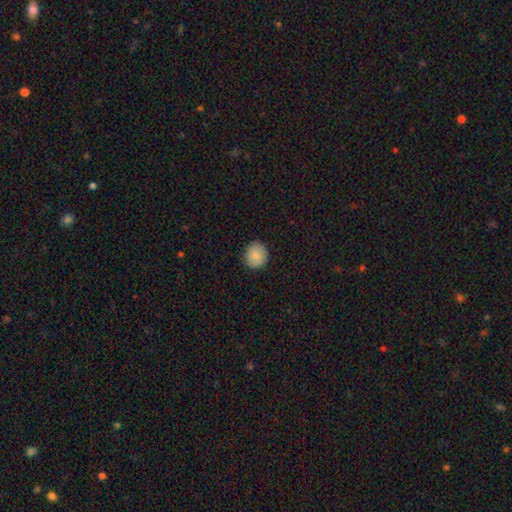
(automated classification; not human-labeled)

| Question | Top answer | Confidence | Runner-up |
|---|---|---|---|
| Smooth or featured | smooth | 86% | star or artifact (7%) |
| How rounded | round | 81% | in between (19%) |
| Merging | none | 87% | minor disturbance (10%) |